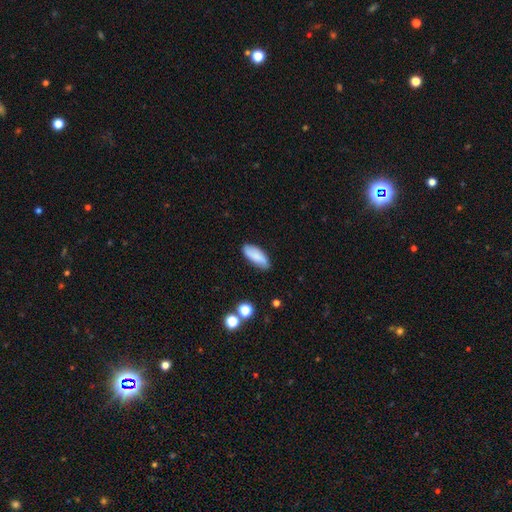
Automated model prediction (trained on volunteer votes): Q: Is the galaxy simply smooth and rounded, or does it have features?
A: smooth — 83%.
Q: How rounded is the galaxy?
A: in between — 74%.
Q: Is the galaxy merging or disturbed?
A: none — 81%.